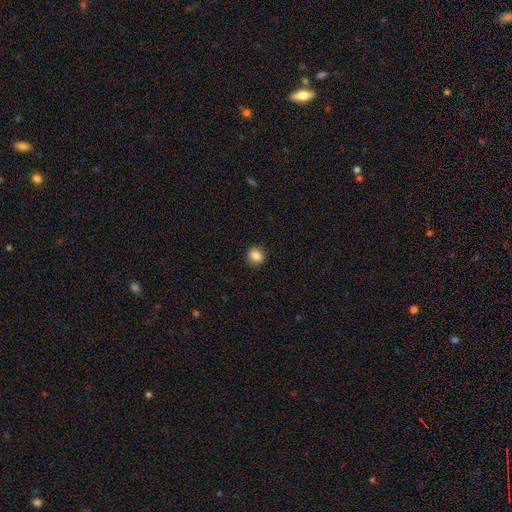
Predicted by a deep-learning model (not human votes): The model was most divided on "how rounded": round: 67%, in between: 32%, cigar-shaped: 1%. More confident: merging — none (88%); smooth or featured — smooth (87%).